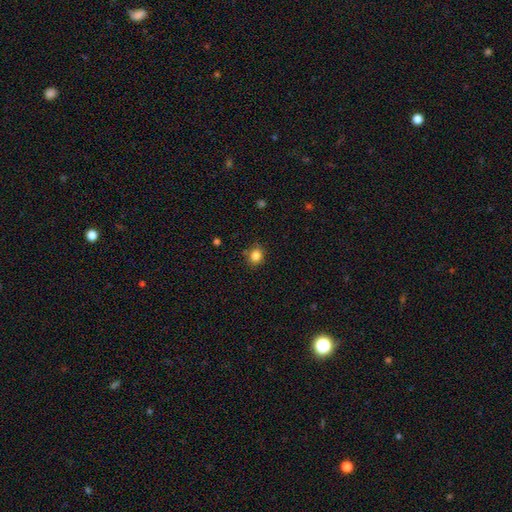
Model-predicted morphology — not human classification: This appears to be a smooth galaxy with no disk features (84%) that is round (71%). Merging: none (80%).